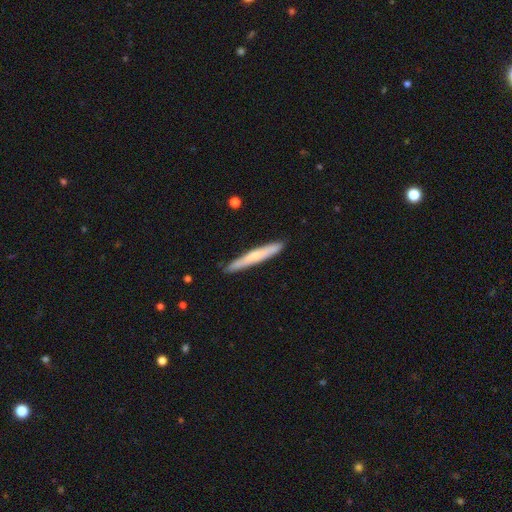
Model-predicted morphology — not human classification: Q: Smooth or featured?
A: smooth (54%); runner-up: featured or disk (41%)
Q: How rounded?
A: cigar-shaped (95%); runner-up: in between (4%)
Q: Merging?
A: none (87%); runner-up: minor disturbance (10%)